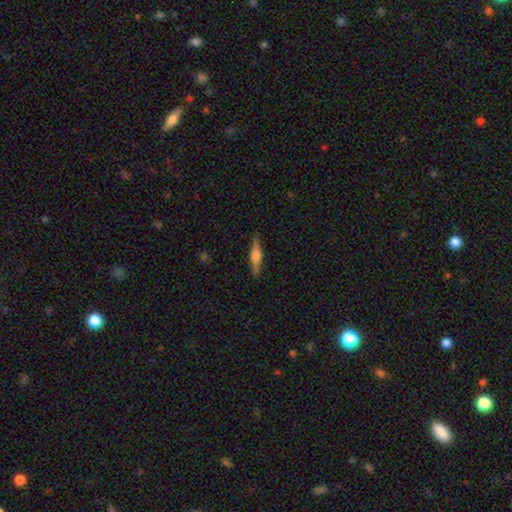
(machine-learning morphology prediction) featured or disk 62%, smooth 31%, star or artifact 7%. Down the decision tree: edge-on disk — yes (97%); edge-on bulge — rounded (77%); merging — none (89%).